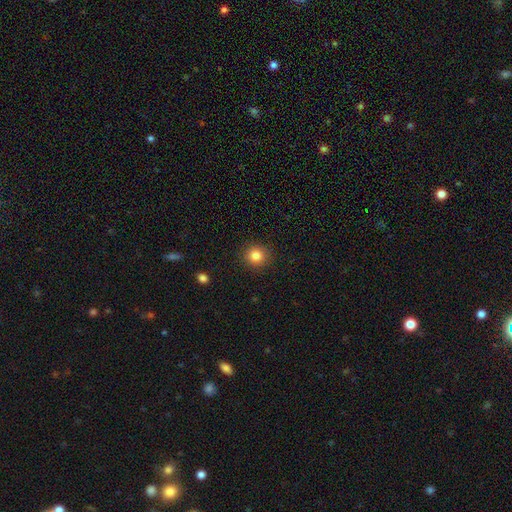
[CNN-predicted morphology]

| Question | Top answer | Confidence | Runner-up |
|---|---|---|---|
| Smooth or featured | smooth | 85% | star or artifact (10%) |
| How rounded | round | 90% | in between (9%) |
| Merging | none | 90% | minor disturbance (6%) |